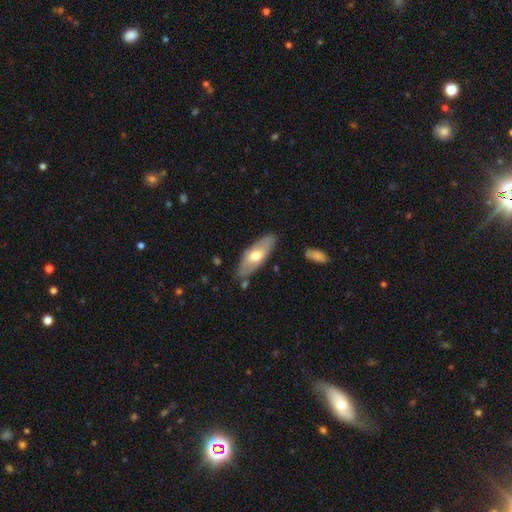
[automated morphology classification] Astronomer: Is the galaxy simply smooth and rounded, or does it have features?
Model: smooth — 52% (runner-up: featured or disk, 43%).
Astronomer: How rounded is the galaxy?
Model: in between — 72%.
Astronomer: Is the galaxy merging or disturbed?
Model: none — 79%.